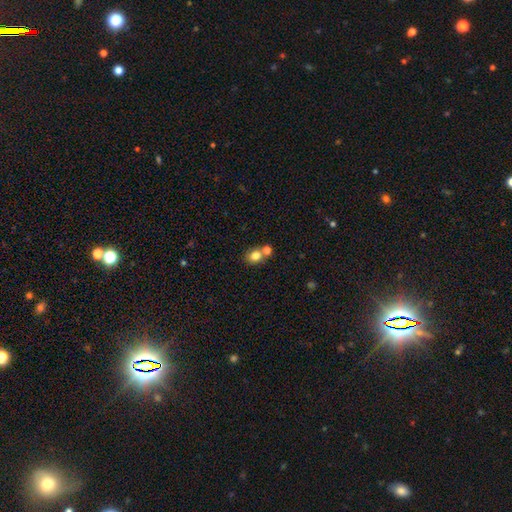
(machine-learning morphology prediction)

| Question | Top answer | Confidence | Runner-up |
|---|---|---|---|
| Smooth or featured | smooth | 80% | star or artifact (12%) |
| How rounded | round | 62% | in between (37%) |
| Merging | none | 57% | merger (31%) |